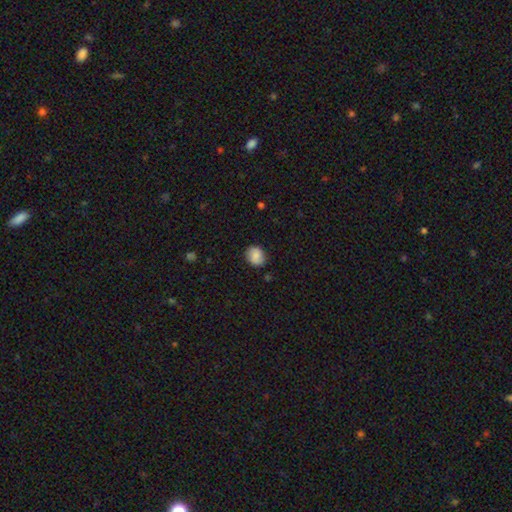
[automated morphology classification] Smooth or featured: smooth — 77% (featured or disk — 14%)
How rounded: round — 64% (in between — 35%)
Merging: none — 82% (minor disturbance — 14%)